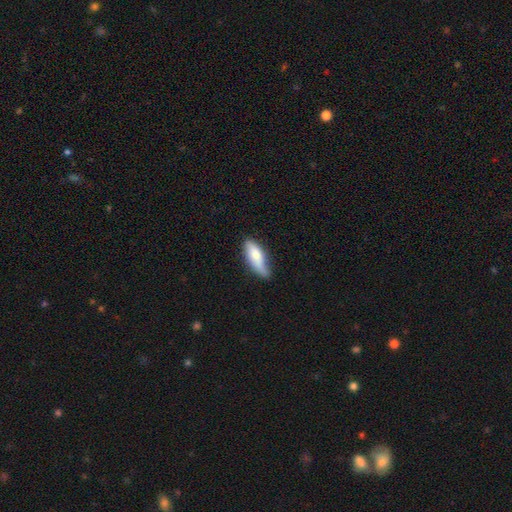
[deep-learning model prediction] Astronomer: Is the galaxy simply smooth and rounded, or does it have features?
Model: smooth — 77%.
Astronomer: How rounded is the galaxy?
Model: in between — 64%.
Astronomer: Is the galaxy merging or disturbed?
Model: none — 51% (runner-up: minor disturbance, 37%).